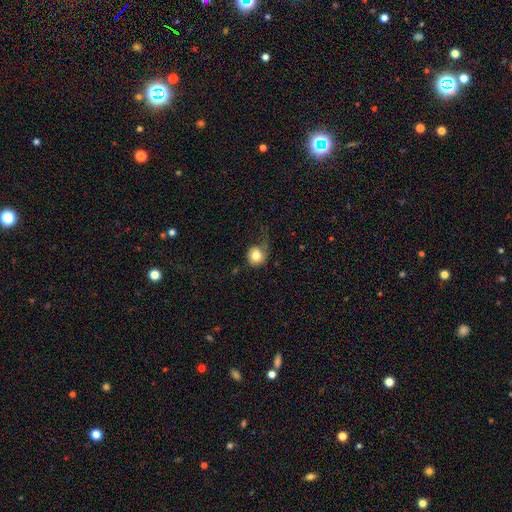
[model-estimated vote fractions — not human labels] The model was most divided on "merging": none: 43%, major disturbance: 29%, minor disturbance: 25%, merger: 3%. More confident: how rounded — round (86%); smooth or featured — smooth (77%).